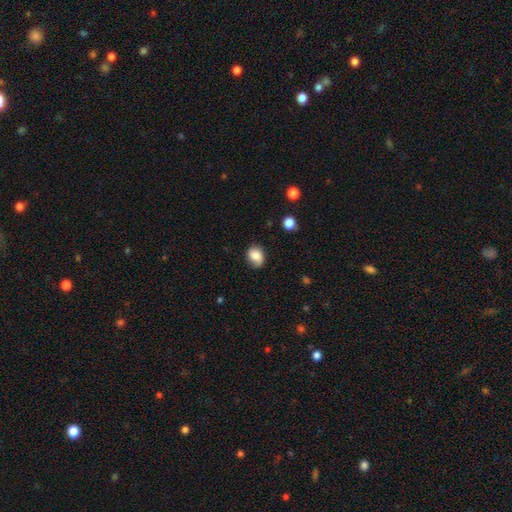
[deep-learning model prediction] Smooth or featured? Predicted: smooth (p=0.79). How rounded? Predicted: in between (p=0.54). Merging? Predicted: none (p=0.71).